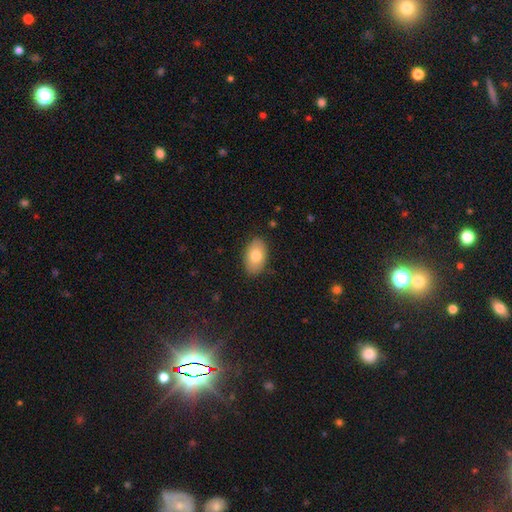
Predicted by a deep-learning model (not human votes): This appears to be a smooth galaxy with no disk features (78%) that is in between round and cigar-shaped (92%). Merging: none (86%).